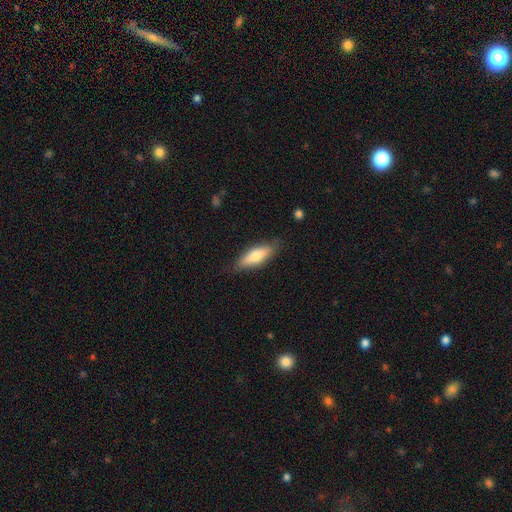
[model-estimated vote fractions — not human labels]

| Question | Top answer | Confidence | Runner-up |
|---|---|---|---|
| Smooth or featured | smooth | 69% | featured or disk (25%) |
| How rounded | in between | 52% | cigar-shaped (46%) |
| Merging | none | 82% | minor disturbance (14%) |